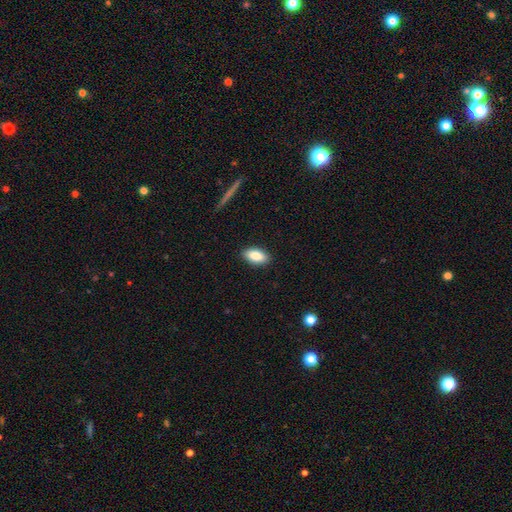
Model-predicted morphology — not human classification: Q: Smooth or featured?
A: smooth (84%); runner-up: featured or disk (9%)
Q: How rounded?
A: in between (92%); runner-up: cigar-shaped (5%)
Q: Merging?
A: none (90%); runner-up: minor disturbance (8%)